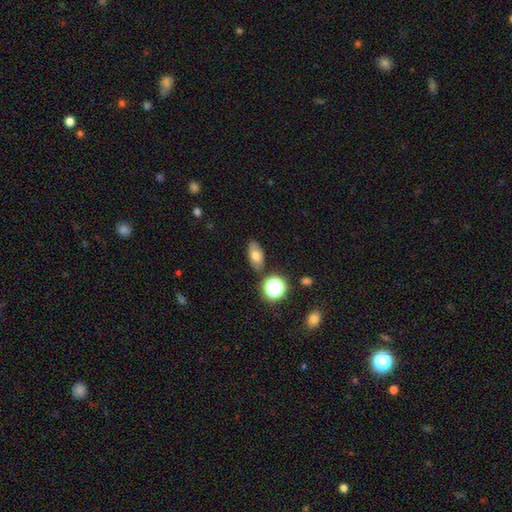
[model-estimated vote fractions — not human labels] Morphology: type=smooth (69%); roundness=in between (85%); merging=none (80%).